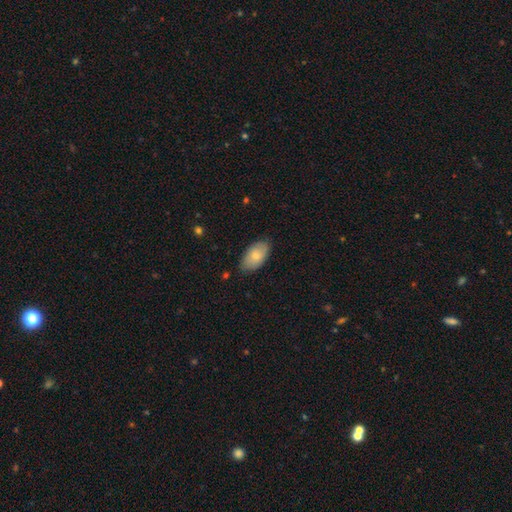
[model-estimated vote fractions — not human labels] Q: Smooth or featured?
A: smooth (75%); runner-up: featured or disk (19%)
Q: How rounded?
A: in between (94%); runner-up: round (5%)
Q: Merging?
A: none (79%); runner-up: minor disturbance (17%)